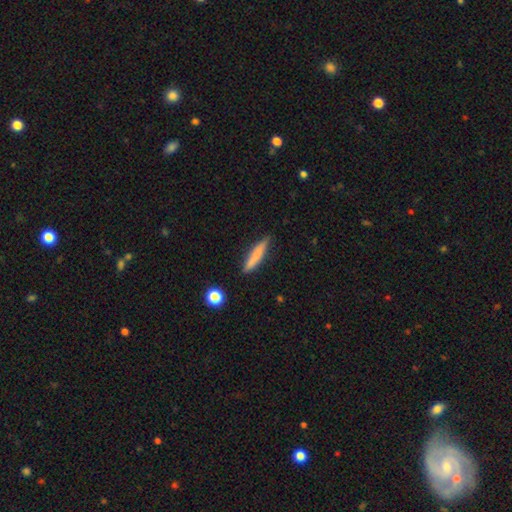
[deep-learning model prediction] Overall: smooth (78%). How rounded: cigar-shaped (88%). Merging: none (82%).